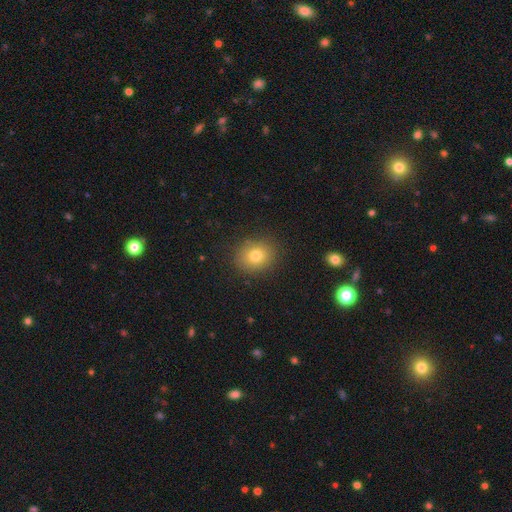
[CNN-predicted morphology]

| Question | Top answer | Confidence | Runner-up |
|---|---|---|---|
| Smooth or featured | smooth | 78% | star or artifact (12%) |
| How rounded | round | 65% | in between (34%) |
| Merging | none | 88% | minor disturbance (8%) |